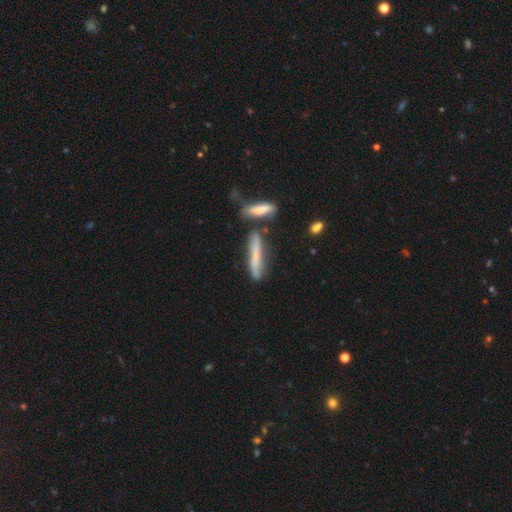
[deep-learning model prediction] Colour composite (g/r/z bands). It shows a smooth galaxy with no disk features (51%) that is cigar-shaped (87%). Merging: none (57%).